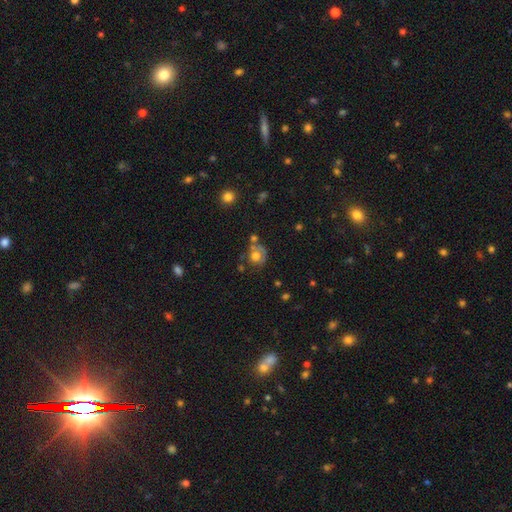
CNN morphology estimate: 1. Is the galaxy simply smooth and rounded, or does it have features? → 58% smooth, 32% featured or disk, 10% star or artifact.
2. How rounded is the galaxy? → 76% round, 23% in between, 1% cigar-shaped.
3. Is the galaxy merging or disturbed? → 45% none, 21% merger, 20% minor disturbance, 14% major disturbance.